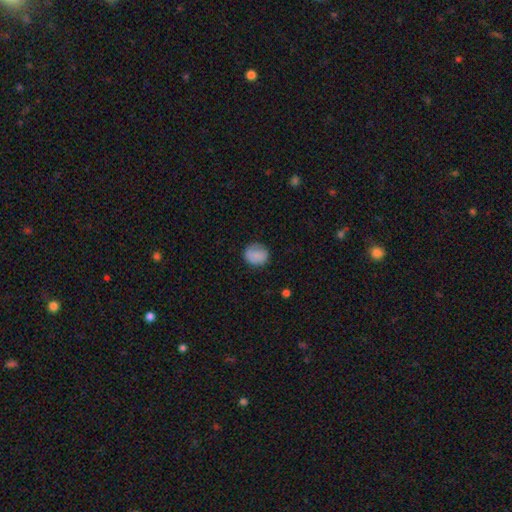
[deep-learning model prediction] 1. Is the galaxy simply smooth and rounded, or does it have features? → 85% smooth, 8% star or artifact, 7% featured or disk.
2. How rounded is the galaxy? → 73% round, 26% in between, 1% cigar-shaped.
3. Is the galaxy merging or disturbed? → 78% none, 17% minor disturbance, 4% major disturbance, 1% merger.